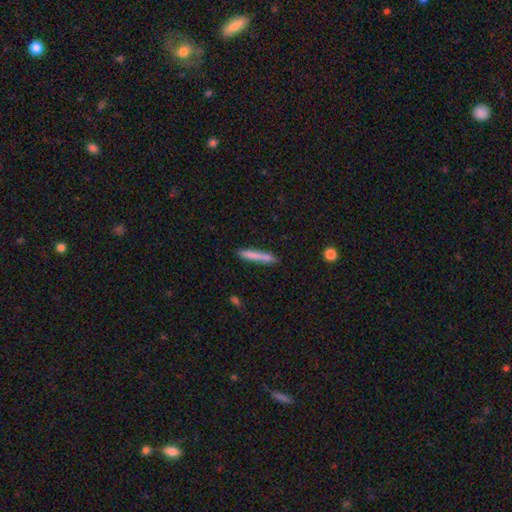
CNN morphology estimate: A smooth galaxy with no disk features (79%) that is cigar-shaped (95%).

Vote fractions:
- Smooth or featured? smooth: 79% / featured or disk: 15% / star or artifact: 6%
- How rounded? cigar-shaped: 95% / in between: 4% / round: 1%
- Merging? none: 84% / minor disturbance: 11% / merger: 2% / major disturbance: 2%